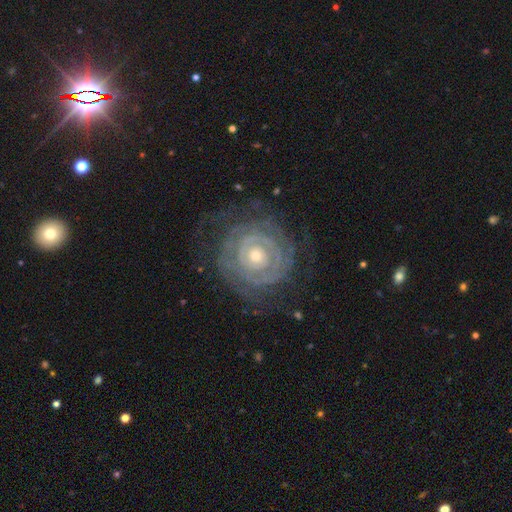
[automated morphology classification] featured or disk 84%, smooth 11%, star or artifact 6%. Down the decision tree: edge-on disk — no (97%); bar — no (82%); spiral arms — yes (86%); spiral arm count — can't tell (42%); spiral winding — tight (85%); bulge size — small (54%); merging — none (73%).